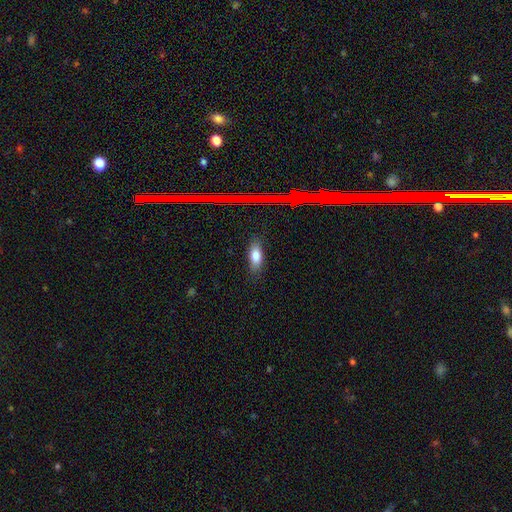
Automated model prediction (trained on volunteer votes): Overall: smooth (77%). How rounded: in between (75%). Merging: none (83%).